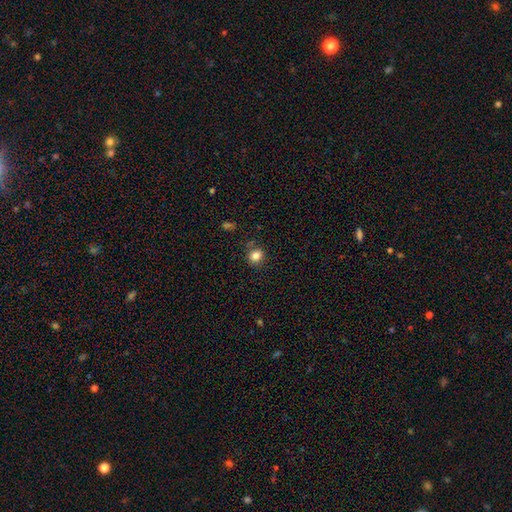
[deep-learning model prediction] Smooth or featured: smooth — 83% (star or artifact — 11%)
How rounded: round — 71% (in between — 28%)
Merging: none — 82% (minor disturbance — 12%)